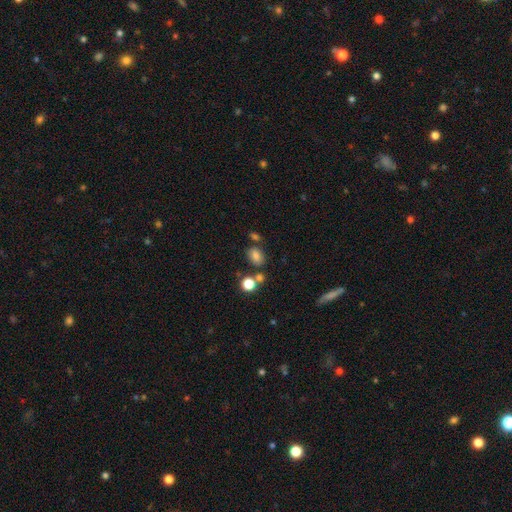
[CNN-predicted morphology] Smooth or featured? Predicted: smooth (p=0.78). How rounded? Predicted: in between (p=0.70). Merging? Predicted: none (p=0.68).